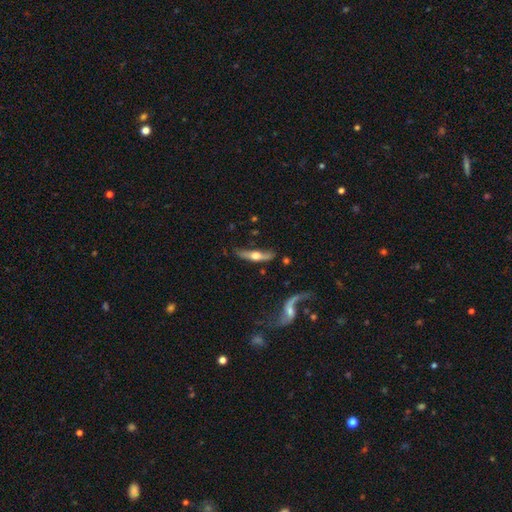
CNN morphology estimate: featured or disk 63%, smooth 31%, star or artifact 5%. Down the decision tree: edge-on disk — yes (85%); edge-on bulge — rounded (93%); merging — none (66%).